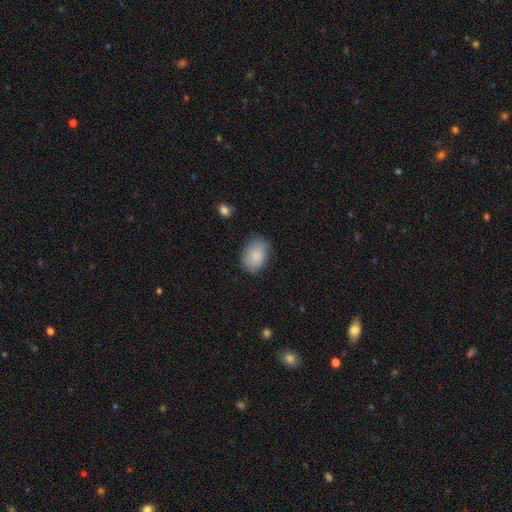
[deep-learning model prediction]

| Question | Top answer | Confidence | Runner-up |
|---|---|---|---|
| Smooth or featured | smooth | 85% | featured or disk (8%) |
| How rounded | in between | 79% | round (20%) |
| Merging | none | 71% | minor disturbance (22%) |